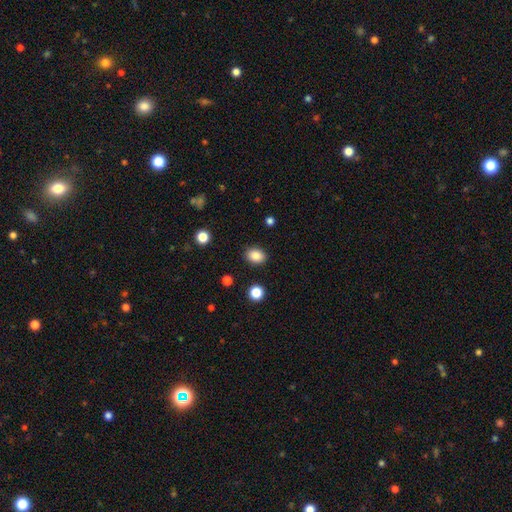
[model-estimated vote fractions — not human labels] Smooth or featured? Predicted: smooth (p=0.87). How rounded? Predicted: in between (p=0.62). Merging? Predicted: none (p=0.88).